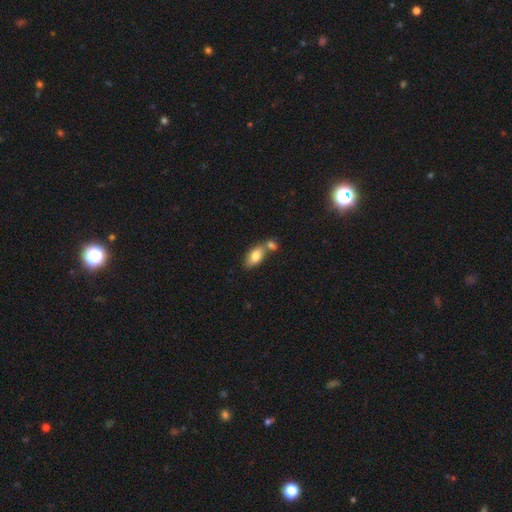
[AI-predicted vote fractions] Smooth or featured?
  - smooth: 78% *
  - featured or disk: 15%
  - star or artifact: 7%
How rounded?
  - in between: 90% *
  - cigar-shaped: 5%
  - round: 5%
Merging?
  - merger: 43% *
  - none: 42%
  - minor disturbance: 11%
  - major disturbance: 4%